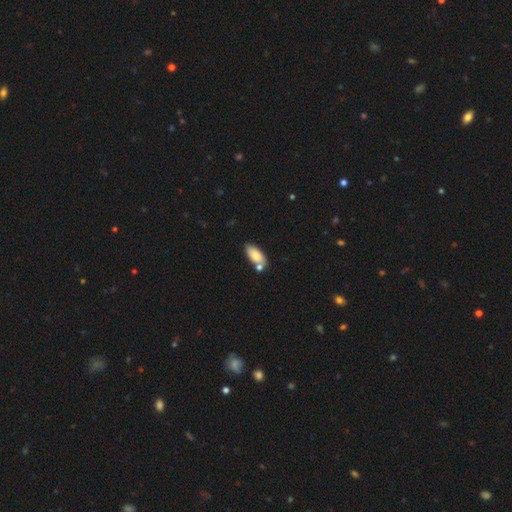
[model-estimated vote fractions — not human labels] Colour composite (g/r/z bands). It shows a smooth galaxy with no disk features (82%) that is in between round and cigar-shaped (89%). Merging: none (64%).